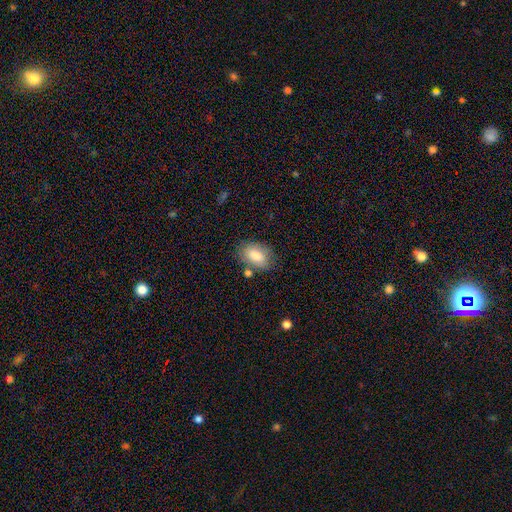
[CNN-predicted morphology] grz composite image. It shows a smooth galaxy with no disk features (81%) that is in between round and cigar-shaped (88%). Merging: none (72%).